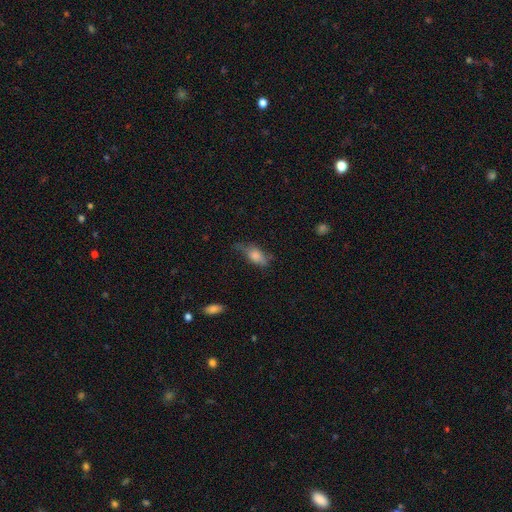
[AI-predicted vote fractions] Smooth or featured: smooth — 71% (featured or disk — 20%)
How rounded: in between — 83% (cigar-shaped — 11%)
Merging: none — 41% (minor disturbance — 35%)